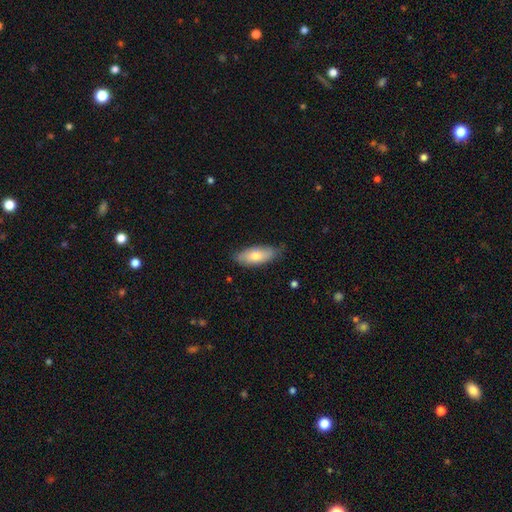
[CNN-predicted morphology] This is likely a smooth galaxy (71%). How rounded: likely in between (75%). Merging: likely none (77%).